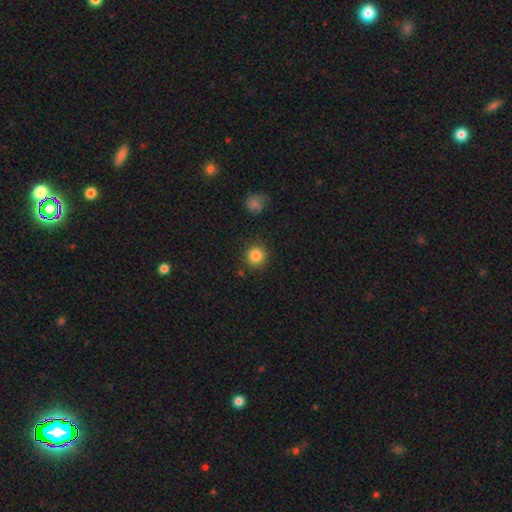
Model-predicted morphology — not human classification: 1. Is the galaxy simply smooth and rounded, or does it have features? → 85% smooth, 10% star or artifact, 5% featured or disk.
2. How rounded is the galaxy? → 93% round, 6% in between, 1% cigar-shaped.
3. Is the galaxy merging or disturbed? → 88% none, 7% minor disturbance, 3% merger, 2% major disturbance.